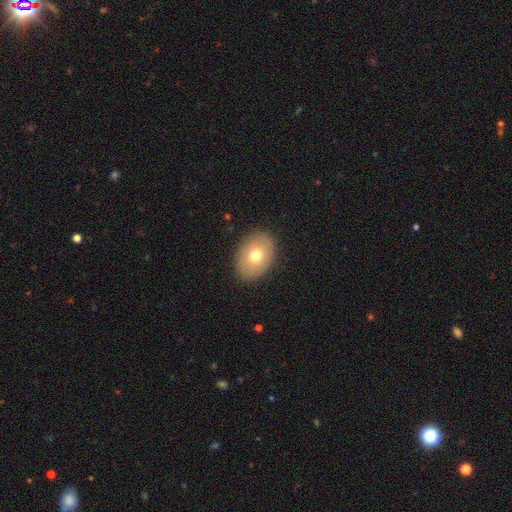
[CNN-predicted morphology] smooth 70%, featured or disk 21%, star or artifact 9%. Down the decision tree: how rounded — in between (74%); merging — none (87%).